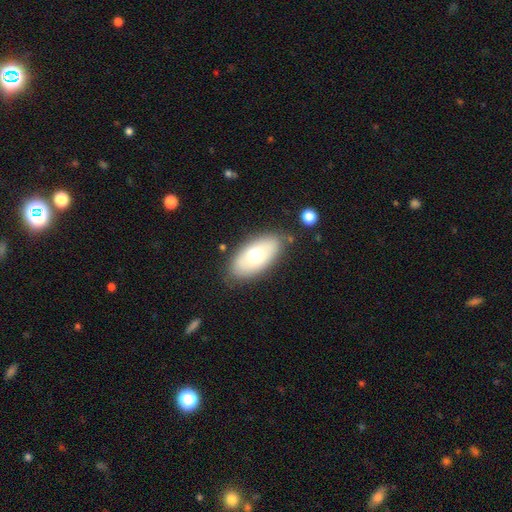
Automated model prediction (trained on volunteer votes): Smooth or featured? smooth (64%)
How rounded? in between (91%)
Merging? none (79%)